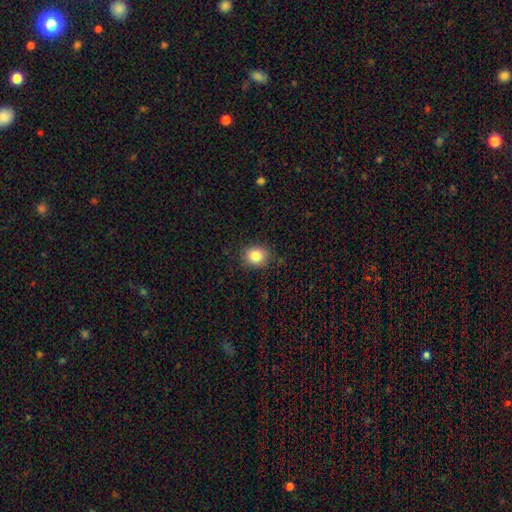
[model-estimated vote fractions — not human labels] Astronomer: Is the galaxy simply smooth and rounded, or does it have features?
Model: smooth — 84%.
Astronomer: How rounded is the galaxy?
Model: round — 71%.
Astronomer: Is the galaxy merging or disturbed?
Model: none — 87%.